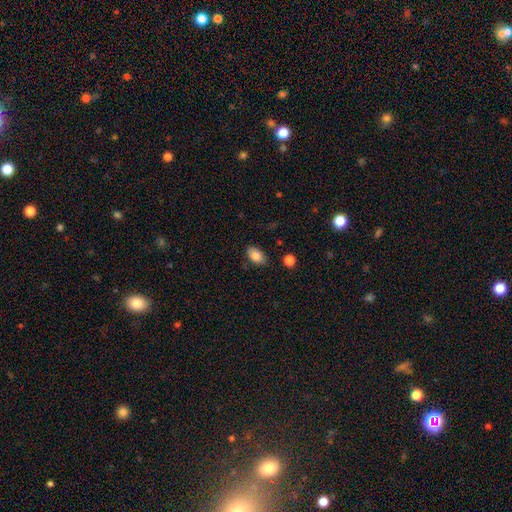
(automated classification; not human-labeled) Morphology: type=smooth (84%); roundness=in between (91%); merging=none (81%).